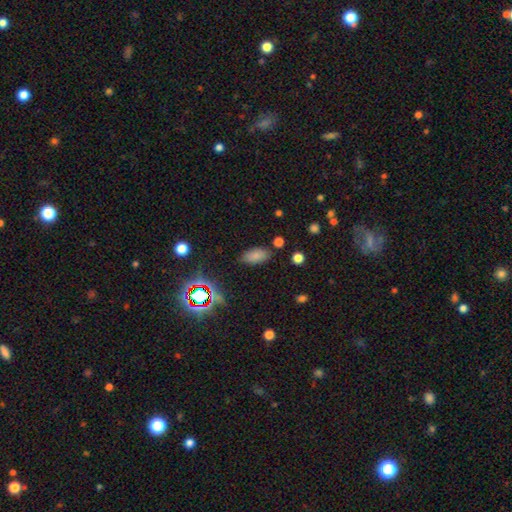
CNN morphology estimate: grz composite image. It shows a smooth galaxy with no disk features (78%) that is in between round and cigar-shaped (90%). Merging: none (82%).